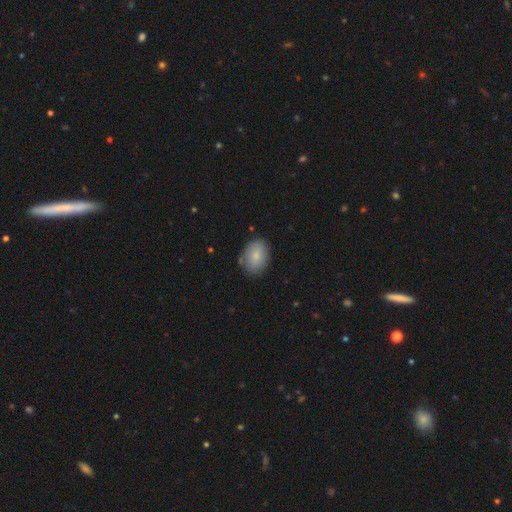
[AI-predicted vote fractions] smooth 82%, featured or disk 11%, star or artifact 7%. Down the decision tree: how rounded — in between (80%); merging — none (81%).